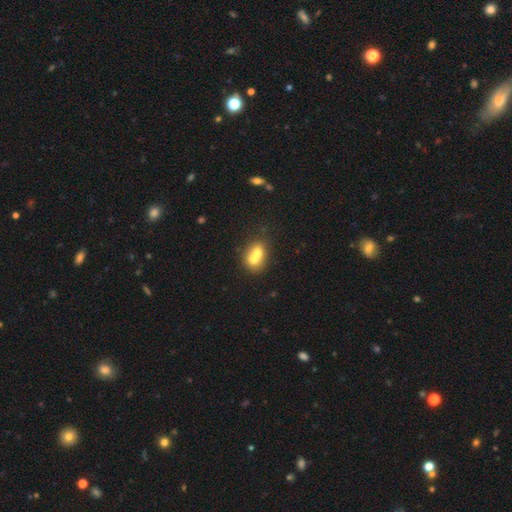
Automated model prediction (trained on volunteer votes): Smooth or featured? smooth (65%)
How rounded? round (53%)
Merging? merger (71%)